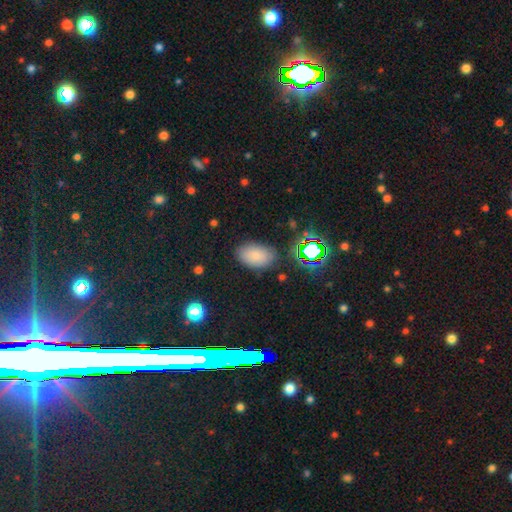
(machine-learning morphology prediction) Smooth or featured? smooth (78%)
How rounded? in between (92%)
Merging? none (81%)